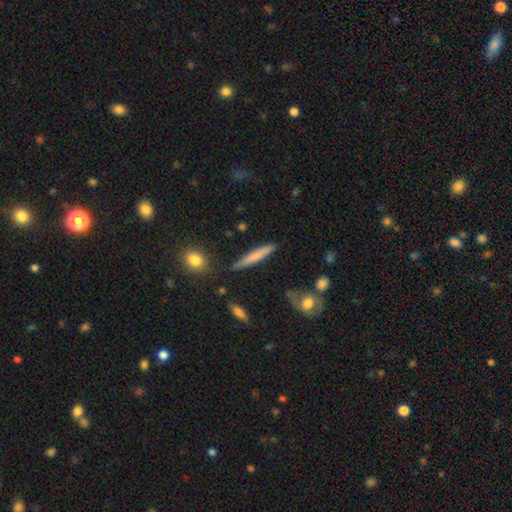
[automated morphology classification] smooth_or_featured: smooth (p=0.68) [alt: featured or disk p=0.26]
how_rounded: cigar-shaped (p=0.92) [alt: in between p=0.06]
merging: none (p=0.84) [alt: minor disturbance p=0.10]